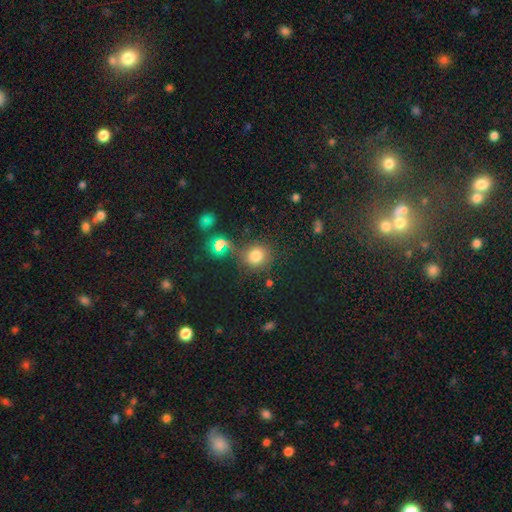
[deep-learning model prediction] Smooth or featured: smooth — 73% (star or artifact — 20%)
How rounded: round — 85% (in between — 14%)
Merging: none — 70% (minor disturbance — 13%)